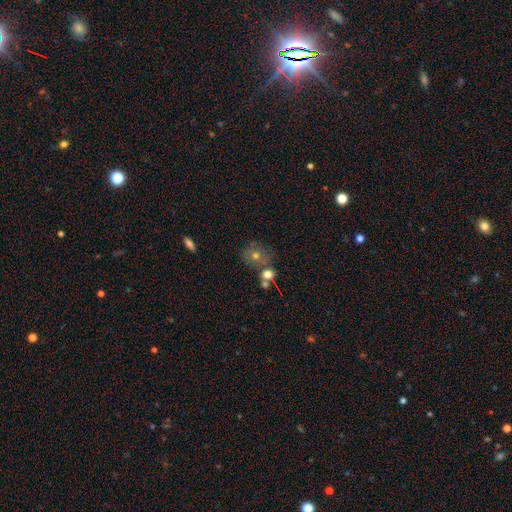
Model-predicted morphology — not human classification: smooth-or-featured: smooth: 58% | featured or disk: 22% | star or artifact: 19%
  how-rounded: round: 80% | in between: 19% | cigar-shaped: 1%
  merging: none: 61% | merger: 22% | minor disturbance: 12% | major disturbance: 5%